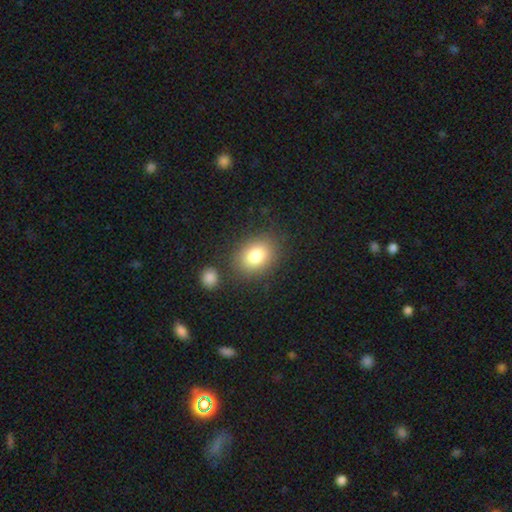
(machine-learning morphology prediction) Smooth or featured? Predicted: smooth (p=0.82). How rounded? Predicted: in between (p=0.57). Merging? Predicted: none (p=0.80).